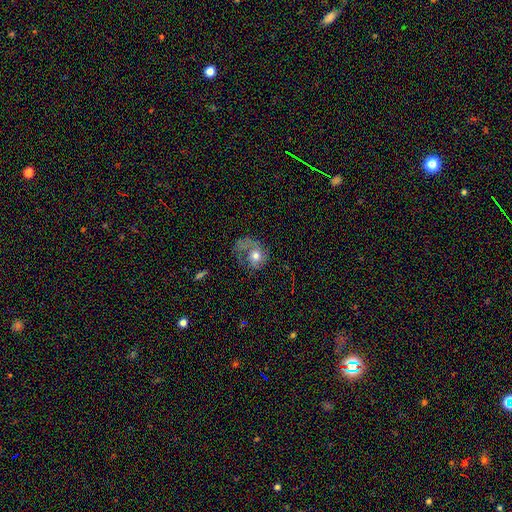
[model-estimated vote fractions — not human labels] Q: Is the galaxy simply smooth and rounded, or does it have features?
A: featured or disk — 52%.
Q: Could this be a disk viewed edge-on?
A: no — 97%.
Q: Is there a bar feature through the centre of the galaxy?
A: no — 82%.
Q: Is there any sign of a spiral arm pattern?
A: yes — 74%.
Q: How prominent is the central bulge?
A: moderate — 67%.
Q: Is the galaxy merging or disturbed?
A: major disturbance — 44%.